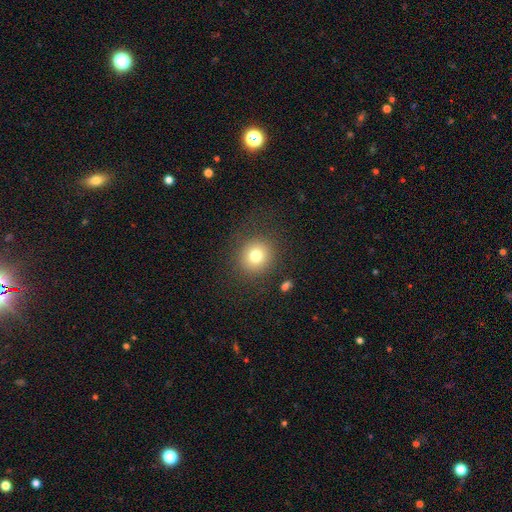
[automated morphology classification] Smooth or featured? smooth (77%)
How rounded? round (90%)
Merging? none (86%)